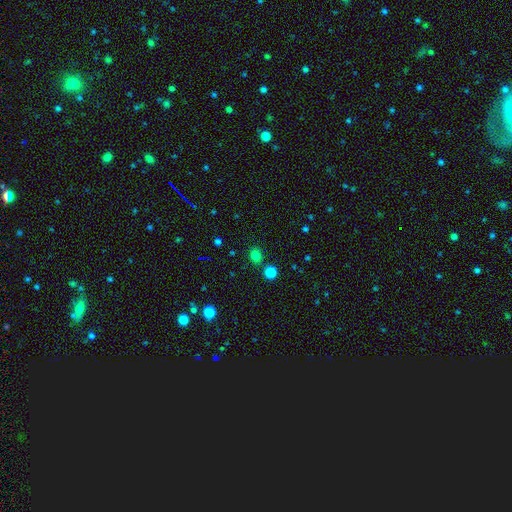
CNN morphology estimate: This is likely a smooth galaxy (78%). How rounded: likely round (68%). Merging: clearly none (81%).